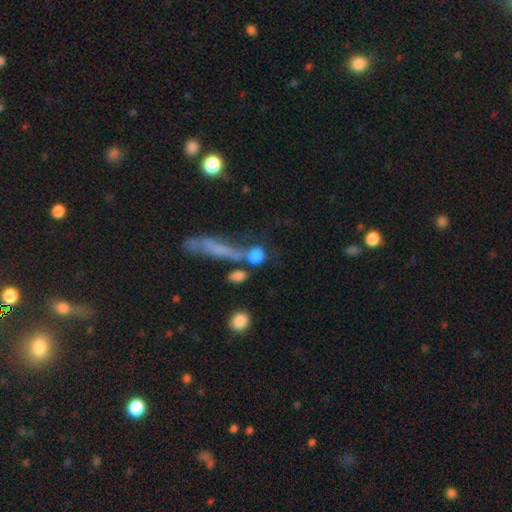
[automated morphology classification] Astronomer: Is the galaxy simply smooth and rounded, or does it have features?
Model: smooth — 79%.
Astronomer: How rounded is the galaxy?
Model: round — 69%.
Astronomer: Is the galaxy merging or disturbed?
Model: none — 47% (runner-up: merger, 26%).